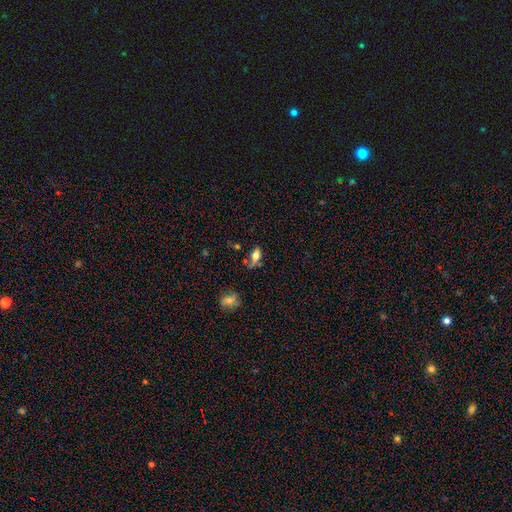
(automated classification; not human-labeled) smooth 62%, featured or disk 28%, star or artifact 10%. Down the decision tree: how rounded — in between (76%); merging — none (53%).